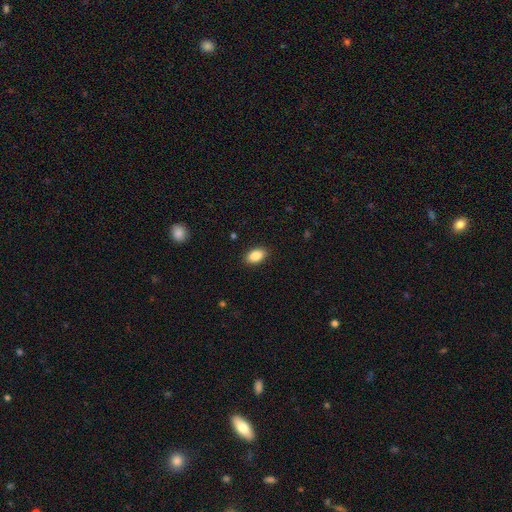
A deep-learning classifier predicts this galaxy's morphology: Smooth or featured?
  - smooth: 87% *
  - star or artifact: 8%
  - featured or disk: 6%
How rounded?
  - in between: 90% *
  - round: 8%
  - cigar-shaped: 2%
Merging?
  - none: 89% *
  - minor disturbance: 8%
  - major disturbance: 2%
  - merger: 1%